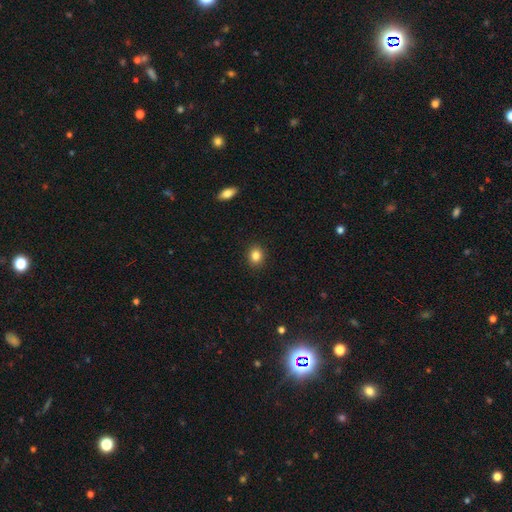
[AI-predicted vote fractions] Smooth or featured? smooth (85%)
How rounded? round (75%)
Merging? none (91%)